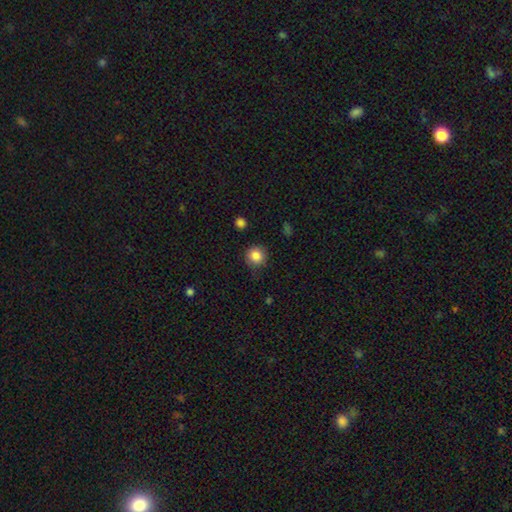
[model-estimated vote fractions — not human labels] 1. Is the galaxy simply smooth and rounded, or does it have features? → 85% smooth, 10% star or artifact, 5% featured or disk.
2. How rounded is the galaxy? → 92% round, 7% in between, 1% cigar-shaped.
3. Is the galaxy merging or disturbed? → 84% none, 11% minor disturbance, 3% major disturbance, 2% merger.